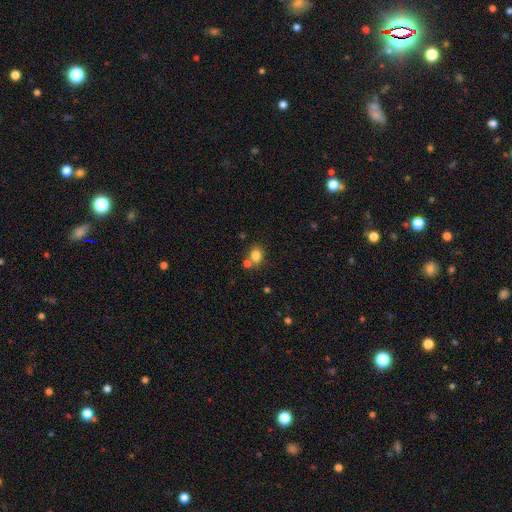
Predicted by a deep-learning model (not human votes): Overall: smooth (81%). How rounded: round (58%; in between 41%). Merging: none (57%; merger 28%).